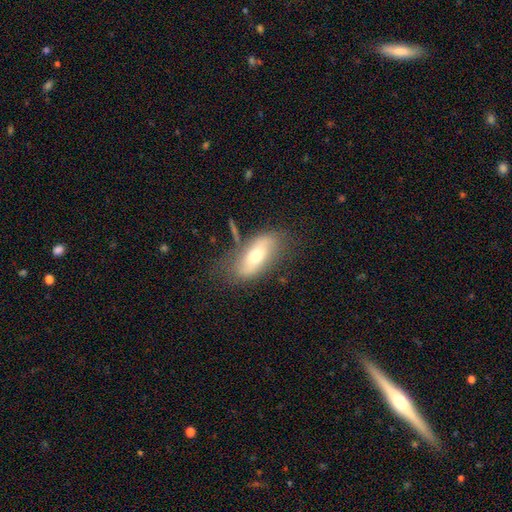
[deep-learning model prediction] smooth 53%, featured or disk 40%, star or artifact 7%. Down the decision tree: how rounded — in between (84%); merging — none (66%).